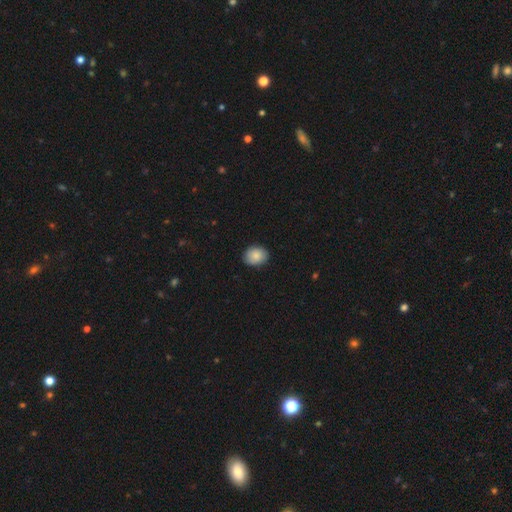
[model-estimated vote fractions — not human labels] This appears to be a smooth galaxy with no disk features (84%) that is in between round and cigar-shaped (54%). Merging: none (84%).